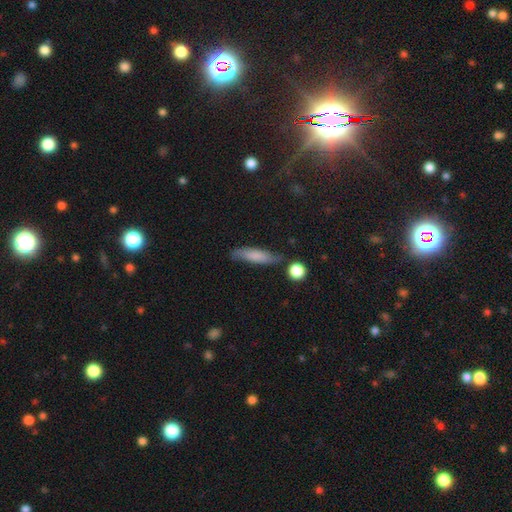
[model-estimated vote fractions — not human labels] Q: Smooth or featured?
A: smooth (69%); runner-up: featured or disk (23%)
Q: How rounded?
A: cigar-shaped (71%); runner-up: in between (26%)
Q: Merging?
A: none (71%); runner-up: minor disturbance (20%)